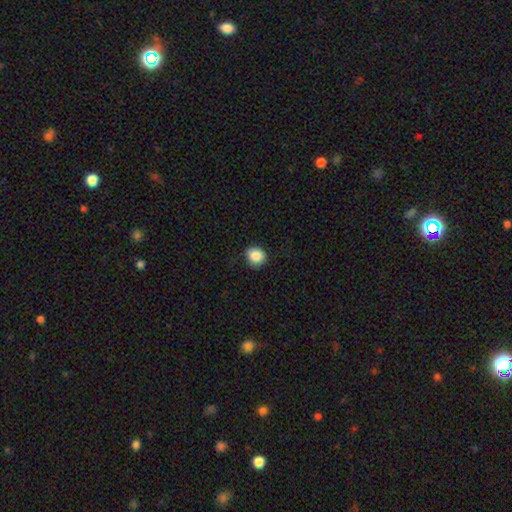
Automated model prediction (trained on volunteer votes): Overall: smooth (88%). How rounded: round (80%). Merging: none (85%).